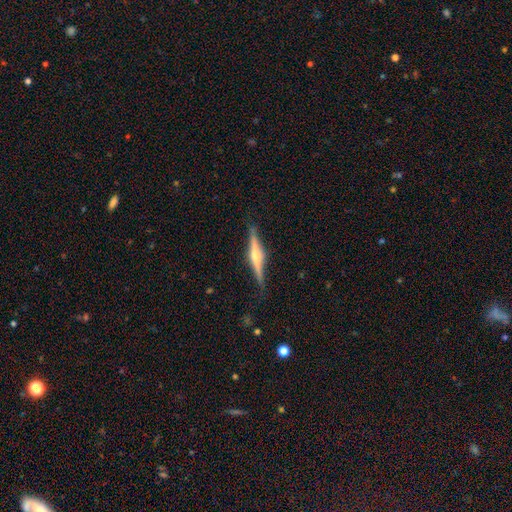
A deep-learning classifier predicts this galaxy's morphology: A featured or disk galaxy (76%) viewed edge-on (98%) with a rounded central bulge (86%). Merging: none (88%).